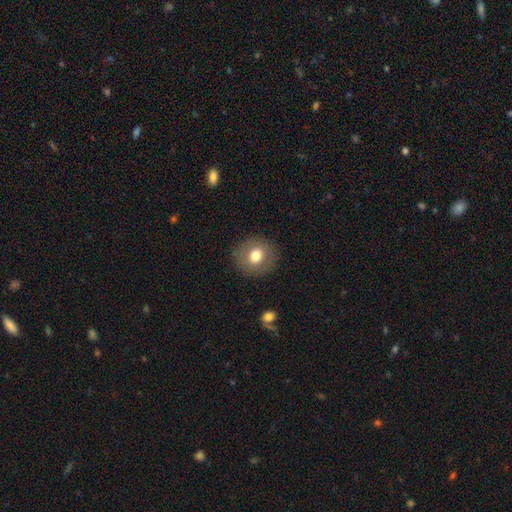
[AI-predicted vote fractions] Morphology: type=smooth (73%); roundness=round (83%); merging=none (88%).